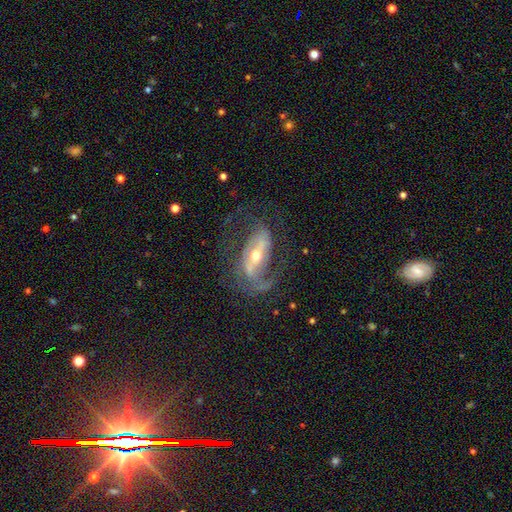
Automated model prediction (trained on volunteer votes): Morphology: type=featured or disk (86%); edge-on=no (94%); bar=strong (51%); spiral arms=yes (92%); winding=medium (45%); arm count=2 (75%); bulge=moderate (54%); merging=none (60%).